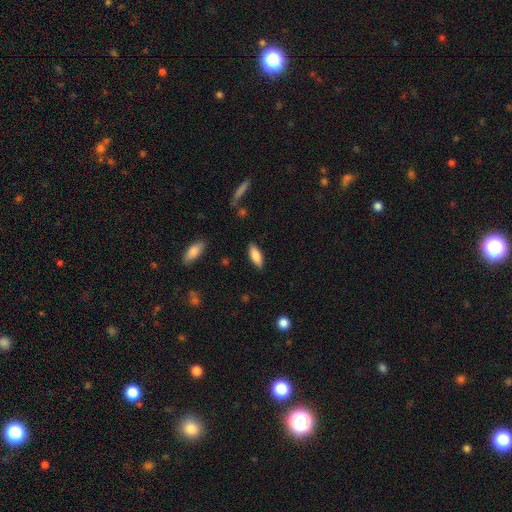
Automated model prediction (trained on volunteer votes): Smooth or featured? smooth (81%)
How rounded? in between (71%)
Merging? none (87%)